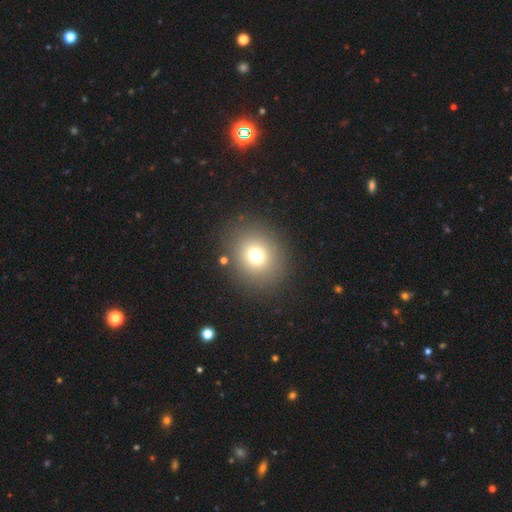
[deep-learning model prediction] Smooth or featured? Predicted: smooth (p=0.74). How rounded? Predicted: round (p=0.71). Merging? Predicted: none (p=0.86).